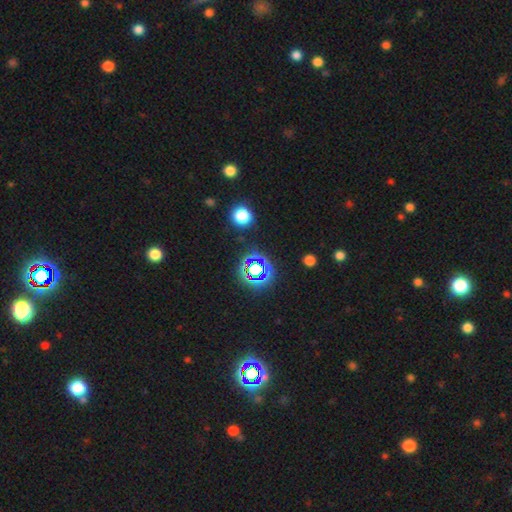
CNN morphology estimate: A star or artifact, not a galaxy (65%).

Vote fractions:
- Smooth or featured? star or artifact: 65% / smooth: 28% / featured or disk: 7%